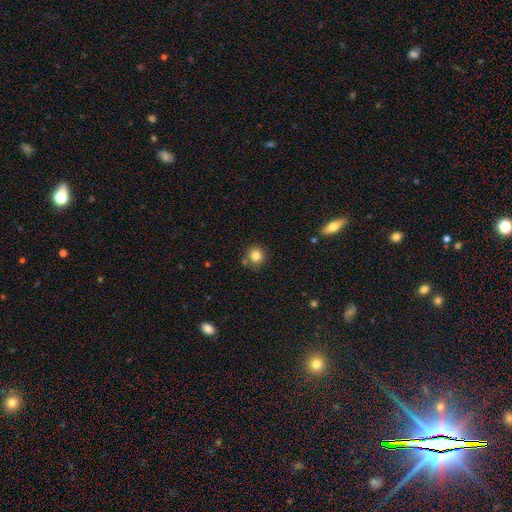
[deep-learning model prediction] Morphology: type=smooth (83%); roundness=round (92%); merging=none (81%).